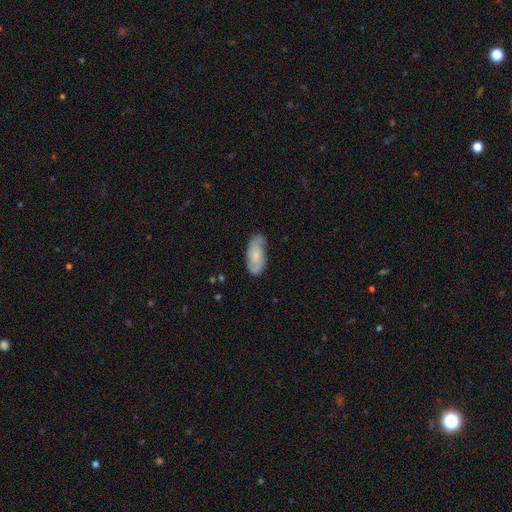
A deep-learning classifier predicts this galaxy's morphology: This is possibly a featured or disk galaxy (48%). Merging: likely none (75%).